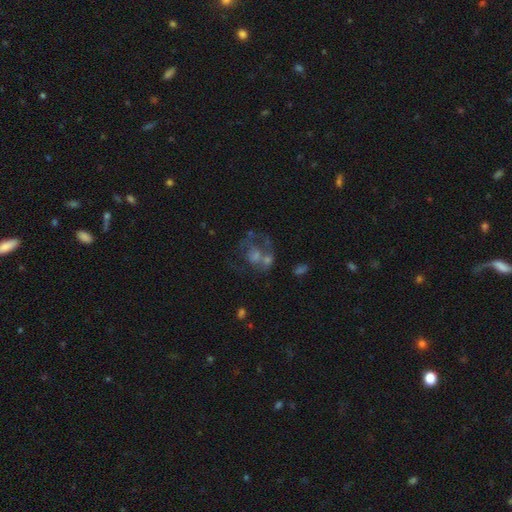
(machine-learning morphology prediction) featured or disk 56%, smooth 24%, star or artifact 19%. Down the decision tree: edge-on disk — no (97%); bar — no (87%); spiral arms — no (70%); bulge size — none (38%); merging — none (34%).